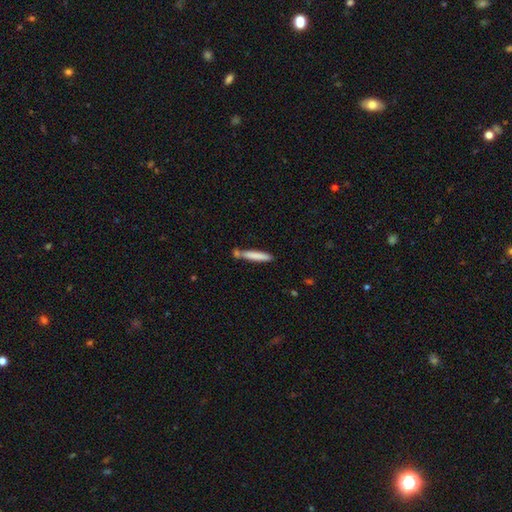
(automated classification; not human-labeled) smooth 77%, featured or disk 17%, star or artifact 6%. Down the decision tree: how rounded — cigar-shaped (93%); merging — none (66%).